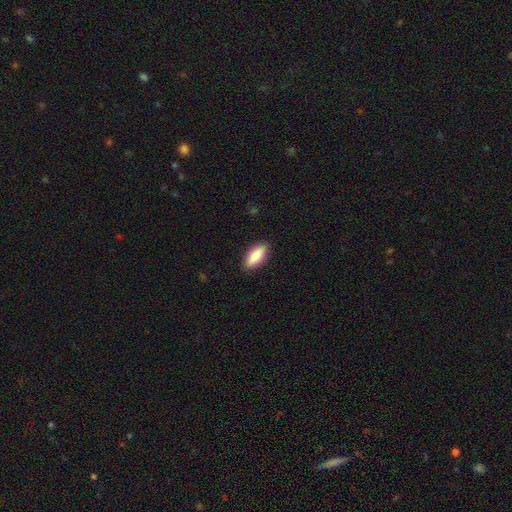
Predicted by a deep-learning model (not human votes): Morphology: type=smooth (80%); roundness=in between (75%); merging=none (89%).